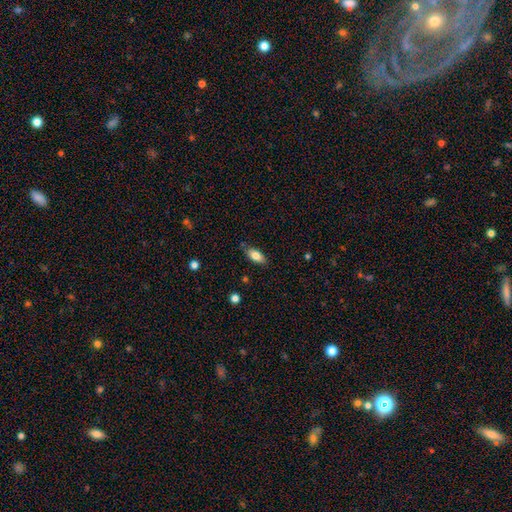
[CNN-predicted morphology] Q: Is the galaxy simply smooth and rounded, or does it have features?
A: smooth — 80%.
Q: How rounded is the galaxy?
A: in between — 86%.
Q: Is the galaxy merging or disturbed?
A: none — 81%.